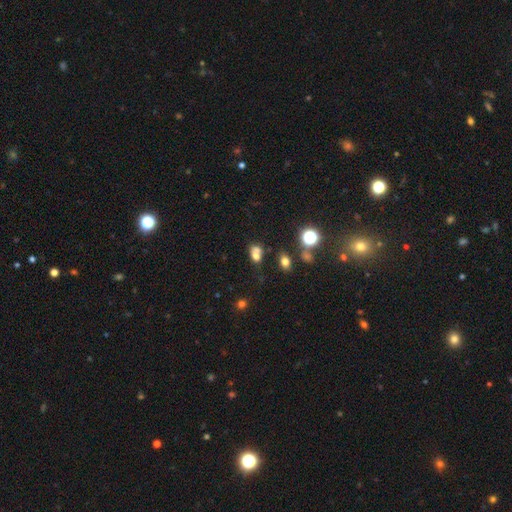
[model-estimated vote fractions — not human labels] smooth 66%, star or artifact 19%, featured or disk 15%. Down the decision tree: how rounded — in between (57%); merging — merger (49%).